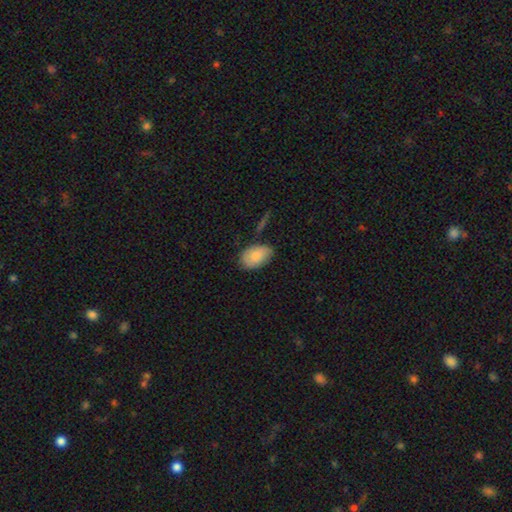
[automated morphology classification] type=smooth (82%); roundness=in between (90%); merging=none (72%).